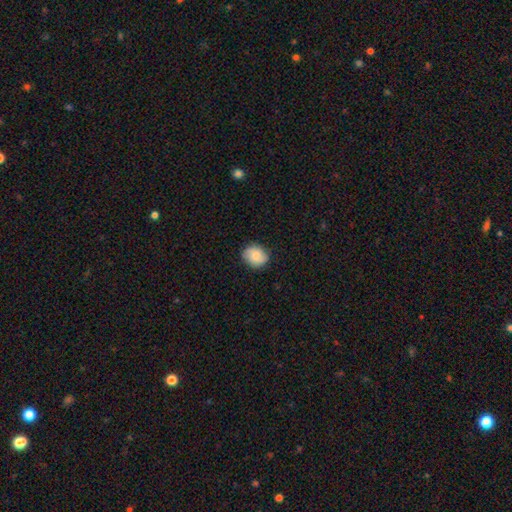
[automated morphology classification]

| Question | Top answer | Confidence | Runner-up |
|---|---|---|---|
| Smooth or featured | smooth | 77% | featured or disk (15%) |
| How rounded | round | 67% | in between (32%) |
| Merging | none | 84% | minor disturbance (13%) |